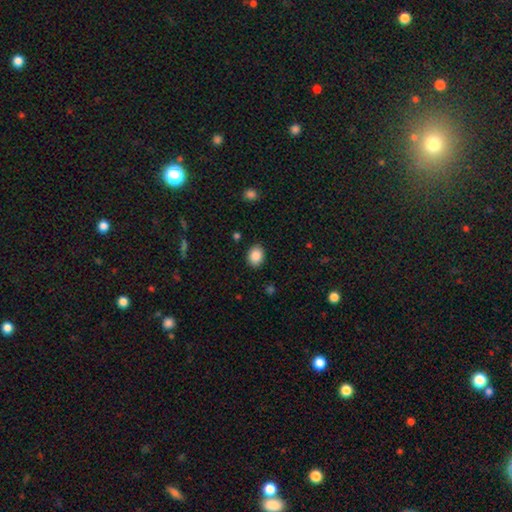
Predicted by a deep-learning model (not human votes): Overall: smooth (88%). How rounded: in between (60%; round 40%). Merging: none (88%).